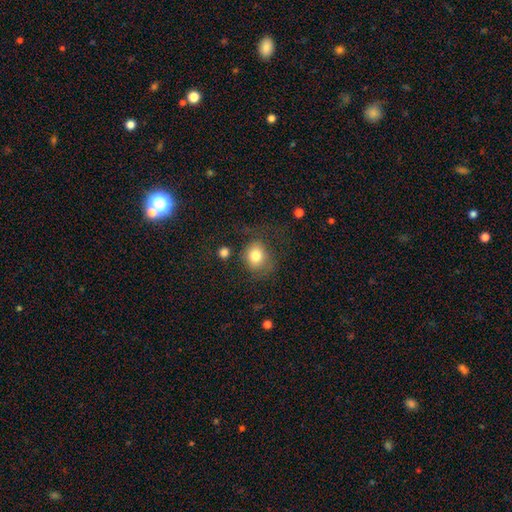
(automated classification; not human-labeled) Smooth or featured: smooth — 79% (star or artifact — 11%)
How rounded: round — 71% (in between — 28%)
Merging: none — 60% (minor disturbance — 20%)